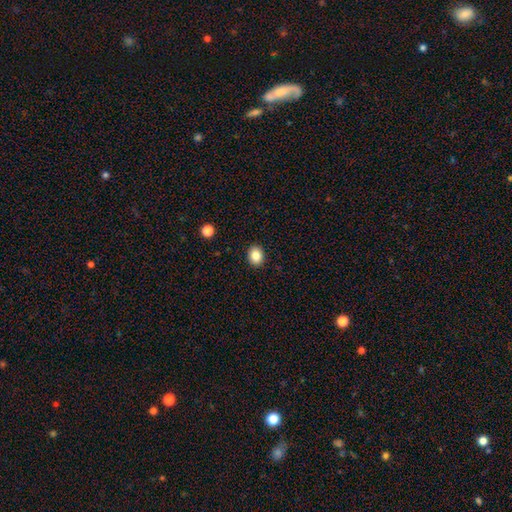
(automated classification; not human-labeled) smooth_or_featured: smooth (p=0.85) [alt: star or artifact p=0.09]
how_rounded: in between (p=0.50) [alt: round p=0.49]
merging: none (p=0.91) [alt: minor disturbance p=0.06]